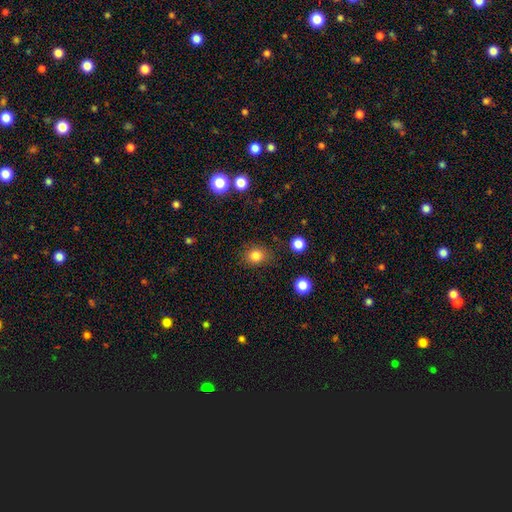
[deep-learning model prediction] The model was most divided on "how rounded": round: 69%, in between: 30%, cigar-shaped: 1%. More confident: smooth or featured — smooth (83%); merging — none (82%).